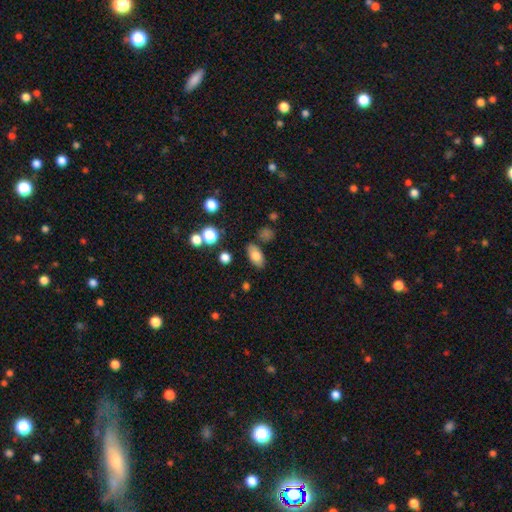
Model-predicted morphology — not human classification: Smooth or featured? Predicted: smooth (p=0.77). How rounded? Predicted: in between (p=0.88). Merging? Predicted: none (p=0.80).